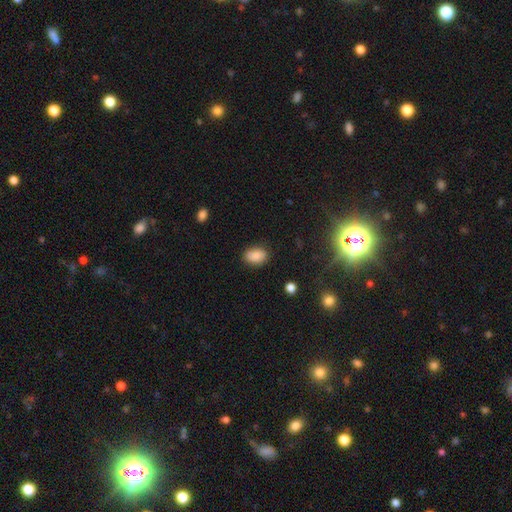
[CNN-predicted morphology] A smooth galaxy with no disk features (86%) that is in between round and cigar-shaped (81%). Merging: none (83%).